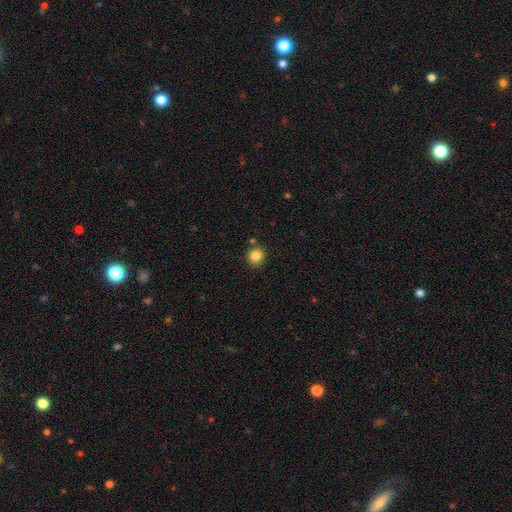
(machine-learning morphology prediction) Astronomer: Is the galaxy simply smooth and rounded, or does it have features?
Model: smooth — 84%.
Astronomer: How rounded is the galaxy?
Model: round — 87%.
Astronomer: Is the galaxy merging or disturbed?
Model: none — 83%.